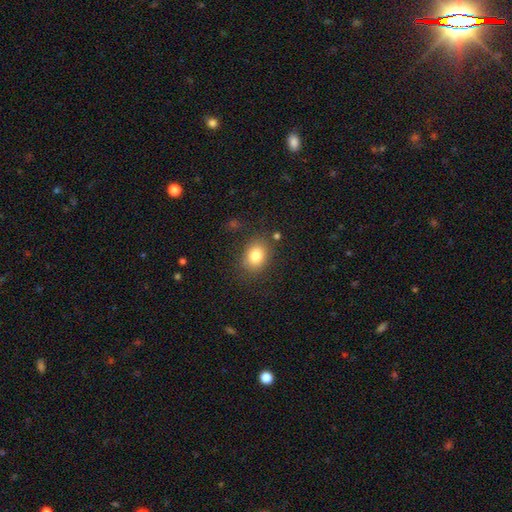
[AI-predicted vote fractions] This appears to be a smooth galaxy with no disk features (81%) that is in between round and cigar-shaped (55%). Merging: none (80%).